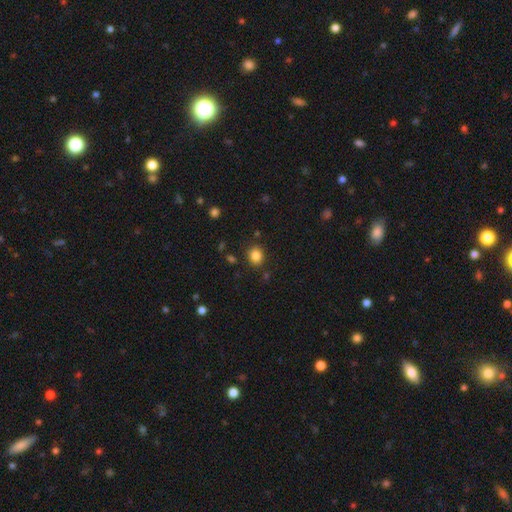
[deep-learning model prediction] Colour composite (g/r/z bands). It shows a smooth galaxy with no disk features (84%) that is round (73%). Merging: none (85%).